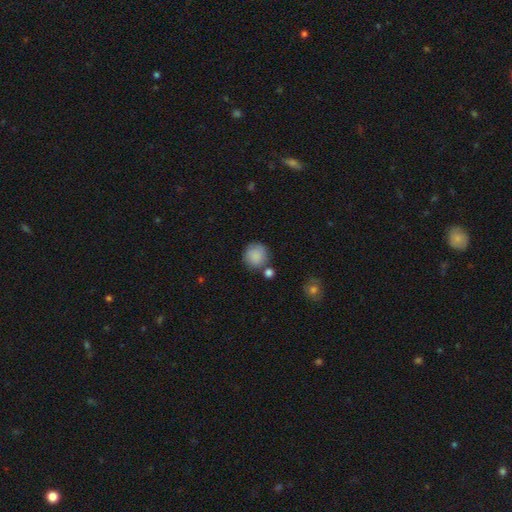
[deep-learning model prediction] smooth 86%, star or artifact 8%, featured or disk 6%. Down the decision tree: how rounded — round (89%); merging — none (69%).